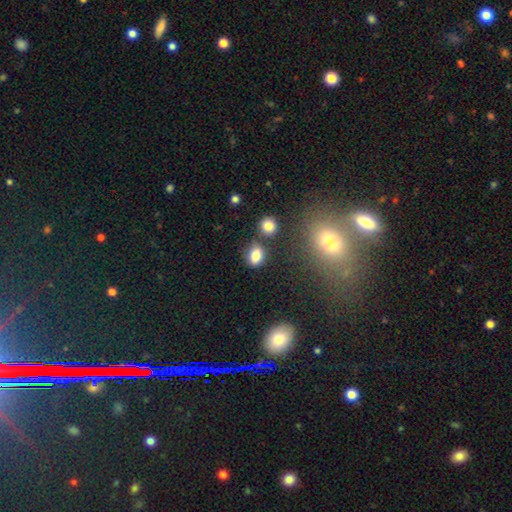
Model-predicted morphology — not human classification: The model was most divided on "how rounded": in between: 69%, round: 29%, cigar-shaped: 2%. More confident: smooth or featured — smooth (81%); merging — none (71%).